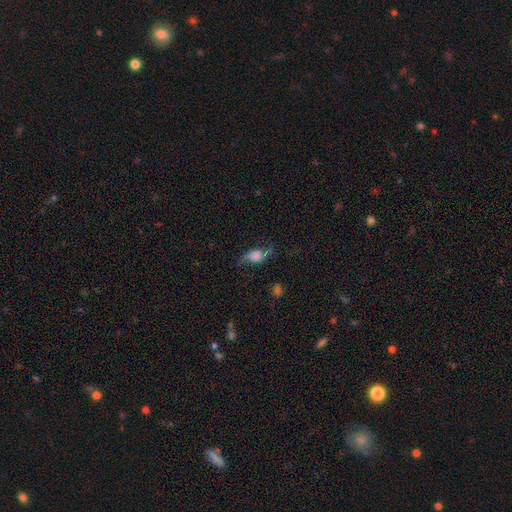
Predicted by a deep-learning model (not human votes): This is likely a featured or disk galaxy (67%). It is clearly not viewed edge-on (84%). Bar: likely no (67%). Spiral arm pattern: clearly yes (92%). Spiral arm count: clearly 2 (92%). Spiral winding: clearly loose (86%). Central bulge: marginally large (39%). Merging: likely none (68%).